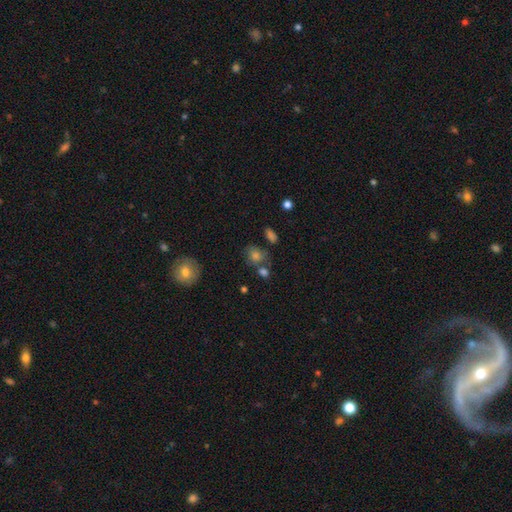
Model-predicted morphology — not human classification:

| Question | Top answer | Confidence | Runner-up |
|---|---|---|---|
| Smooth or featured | smooth | 71% | star or artifact (15%) |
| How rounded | round | 56% | in between (43%) |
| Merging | none | 58% | merger (18%) |